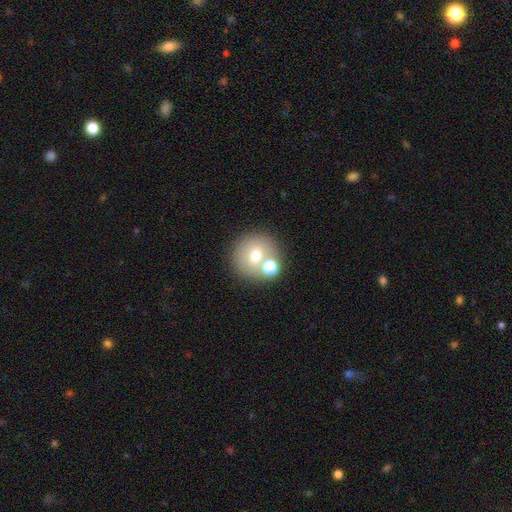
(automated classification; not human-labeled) Smooth or featured? smooth (66%)
How rounded? round (88%)
Merging? none (61%)